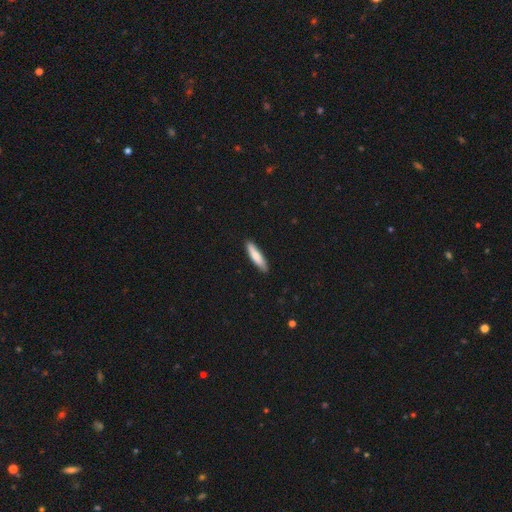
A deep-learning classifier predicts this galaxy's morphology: Q: Smooth or featured?
A: smooth (79%); runner-up: featured or disk (16%)
Q: How rounded?
A: cigar-shaped (80%); runner-up: in between (19%)
Q: Merging?
A: none (88%); runner-up: minor disturbance (9%)